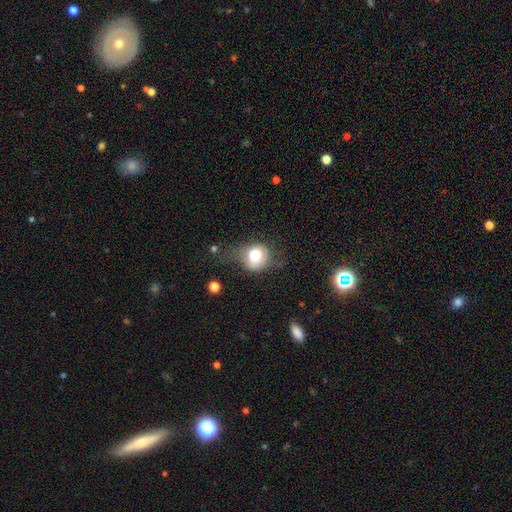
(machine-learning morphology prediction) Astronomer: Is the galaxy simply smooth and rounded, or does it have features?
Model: smooth — 72%.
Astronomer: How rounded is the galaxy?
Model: round — 68%.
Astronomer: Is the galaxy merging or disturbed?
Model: none — 33%, tied with minor disturbance at 33%.